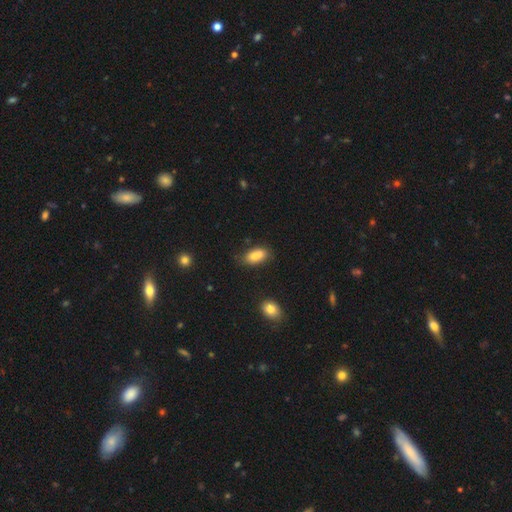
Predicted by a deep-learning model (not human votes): Smooth or featured? smooth (78%)
How rounded? in between (86%)
Merging? none (57%)